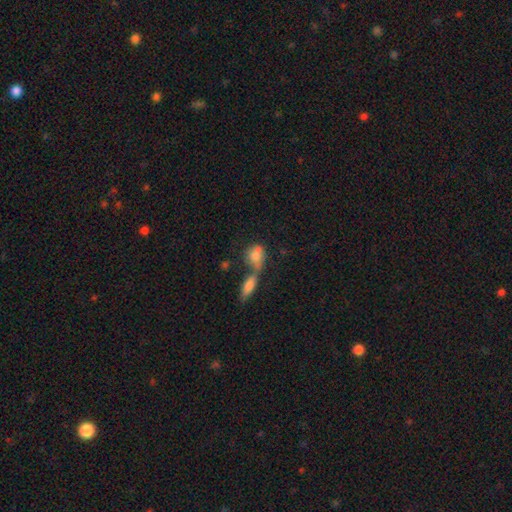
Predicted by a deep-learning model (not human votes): This is likely a smooth galaxy (74%). How rounded: possibly in between (55%). Merging: possibly merger (50%).